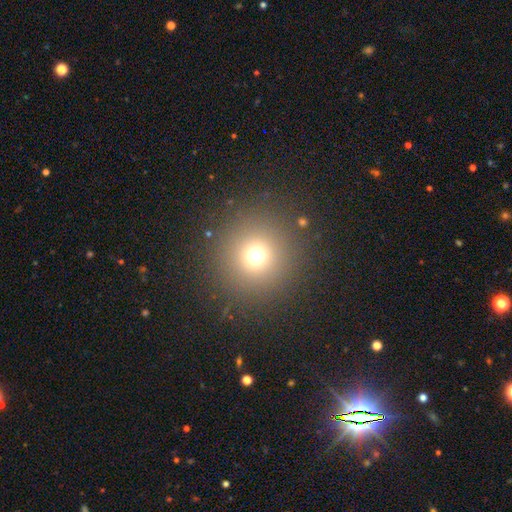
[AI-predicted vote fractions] The model was most divided on "smooth or featured": smooth: 68%, star or artifact: 24%, featured or disk: 8%. More confident: how rounded — round (96%); merging — none (88%).